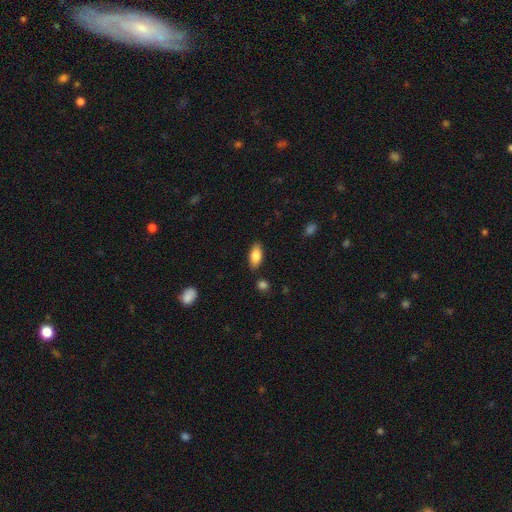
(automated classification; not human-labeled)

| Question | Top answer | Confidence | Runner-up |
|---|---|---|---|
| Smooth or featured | smooth | 84% | featured or disk (10%) |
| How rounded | in between | 88% | cigar-shaped (10%) |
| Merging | none | 83% | minor disturbance (12%) |